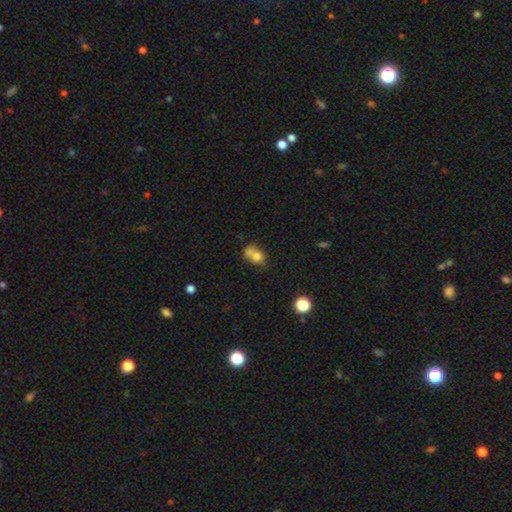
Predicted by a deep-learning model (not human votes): Morphology: type=smooth (72%); roundness=round (56%); merging=merger (51%).